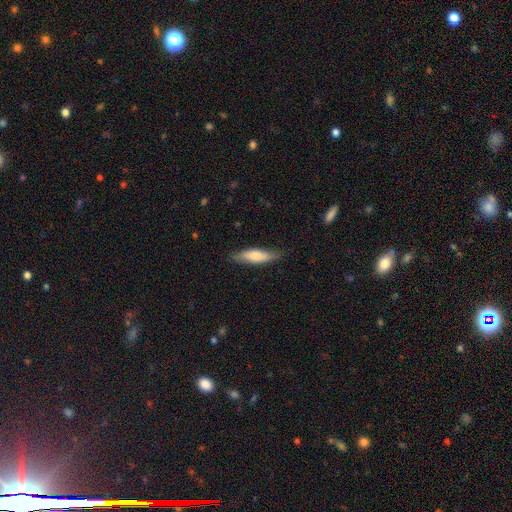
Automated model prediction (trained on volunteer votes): smooth-or-featured: smooth: 69% | featured or disk: 26% | star or artifact: 5%
  how-rounded: cigar-shaped: 67% | in between: 32% | round: 2%
  merging: none: 80% | minor disturbance: 16% | major disturbance: 3% | merger: 1%